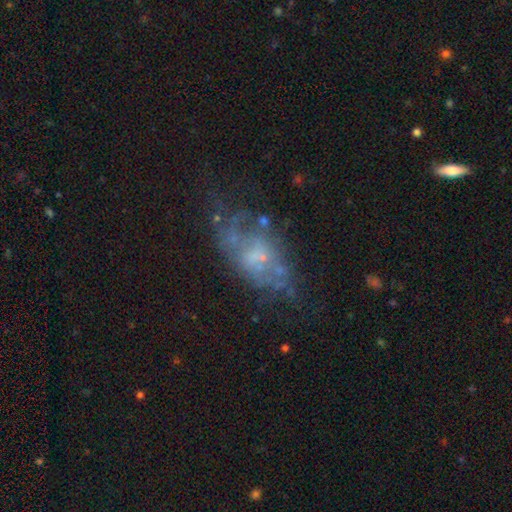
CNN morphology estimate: A featured or disk galaxy (58%) with no bar (73%), no spiral arms (67%) and a small central bulge (43%).

Vote fractions:
- Smooth or featured? featured or disk: 58% / smooth: 27% / star or artifact: 14%
- Edge-on disk? no: 92% / yes: 8%
- Bar? no: 73% / weak: 23% / strong: 5%
- Spiral arms? no: 67% / yes: 33%
- Bulge size? small: 43% / none: 29% / moderate: 24% / large: 3% / dominant: 1%
- Merging? none: 47% / major disturbance: 23% / minor disturbance: 23% / merger: 7%